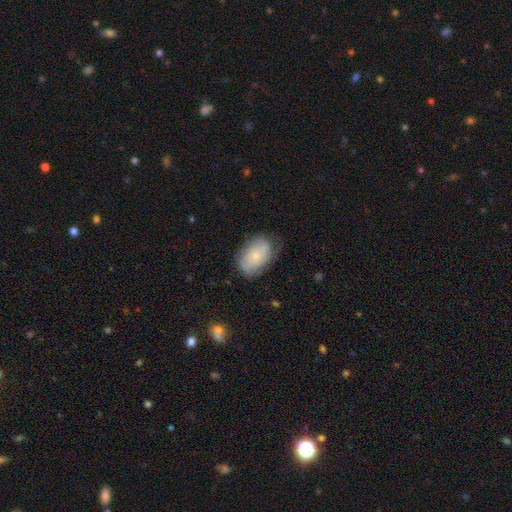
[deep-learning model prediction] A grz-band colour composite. It shows a featured or disk galaxy (49%). Merging: none (67%).